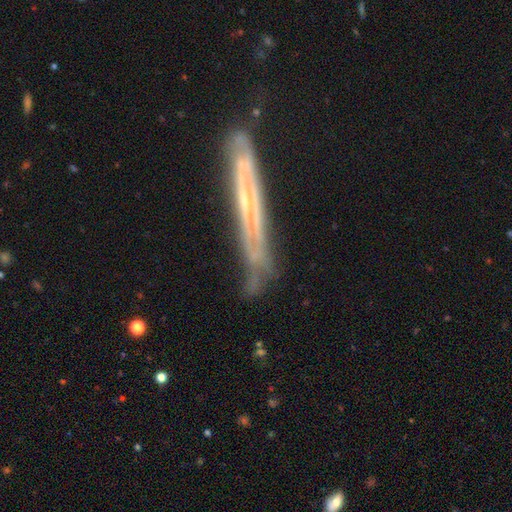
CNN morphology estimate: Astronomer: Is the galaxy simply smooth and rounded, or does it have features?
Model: featured or disk — 68%.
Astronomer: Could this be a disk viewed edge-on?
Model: yes — 69%.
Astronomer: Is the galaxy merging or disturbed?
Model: none — 68%.